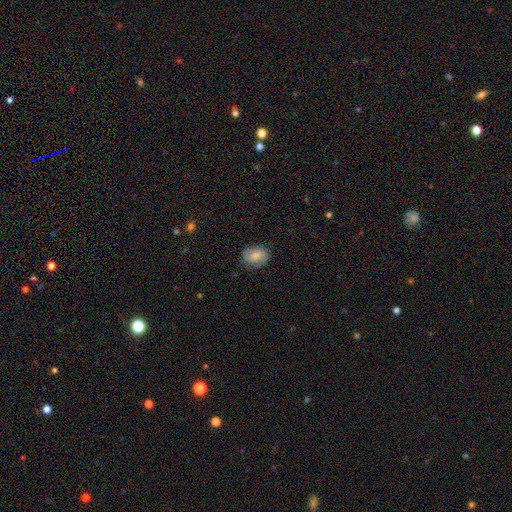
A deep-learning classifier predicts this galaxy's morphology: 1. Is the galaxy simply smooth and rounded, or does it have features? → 58% smooth, 34% featured or disk, 8% star or artifact.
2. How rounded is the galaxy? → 58% in between, 41% round, 1% cigar-shaped.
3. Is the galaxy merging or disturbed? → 72% none, 21% minor disturbance, 6% major disturbance, 1% merger.